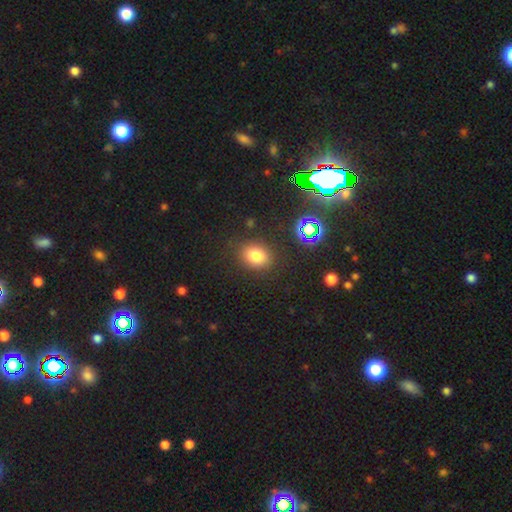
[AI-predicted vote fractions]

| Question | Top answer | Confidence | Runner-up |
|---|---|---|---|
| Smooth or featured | smooth | 77% | star or artifact (15%) |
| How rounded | in between | 55% | round (44%) |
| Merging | none | 84% | minor disturbance (10%) |